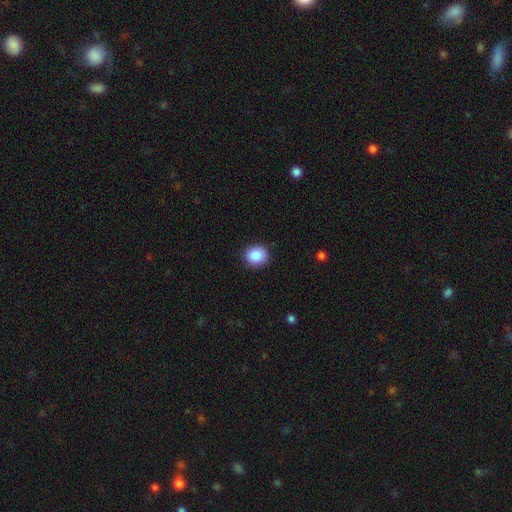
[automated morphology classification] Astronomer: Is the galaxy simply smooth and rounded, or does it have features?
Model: smooth — 88%.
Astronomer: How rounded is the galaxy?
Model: round — 75%.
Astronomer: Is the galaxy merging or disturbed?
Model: none — 89%.